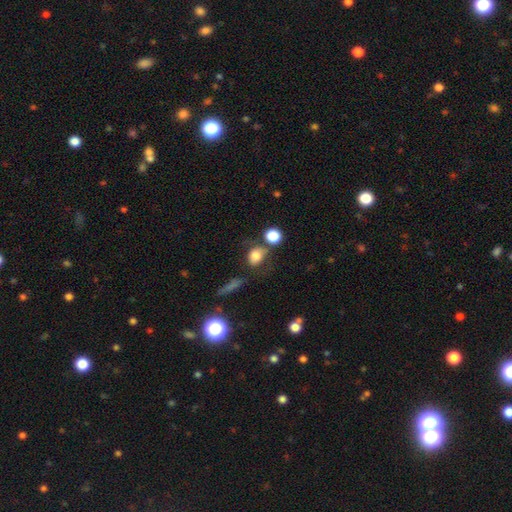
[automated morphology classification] smooth_or_featured: smooth (p=0.76) [alt: featured or disk p=0.13]
how_rounded: in between (p=0.55) [alt: round p=0.43]
merging: none (p=0.52) [alt: minor disturbance p=0.19]